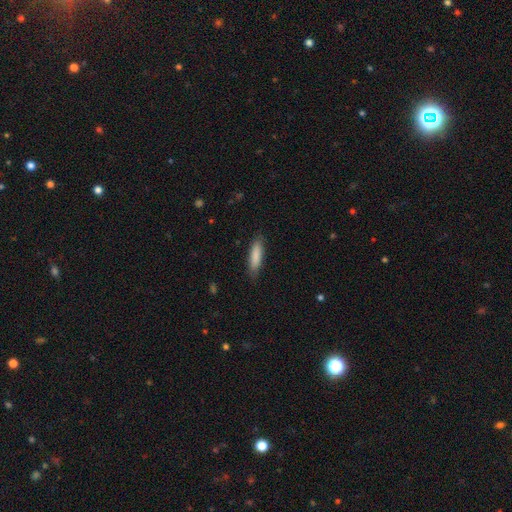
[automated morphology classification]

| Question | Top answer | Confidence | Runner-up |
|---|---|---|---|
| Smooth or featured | smooth | 86% | featured or disk (9%) |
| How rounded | cigar-shaped | 64% | in between (34%) |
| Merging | none | 83% | minor disturbance (13%) |